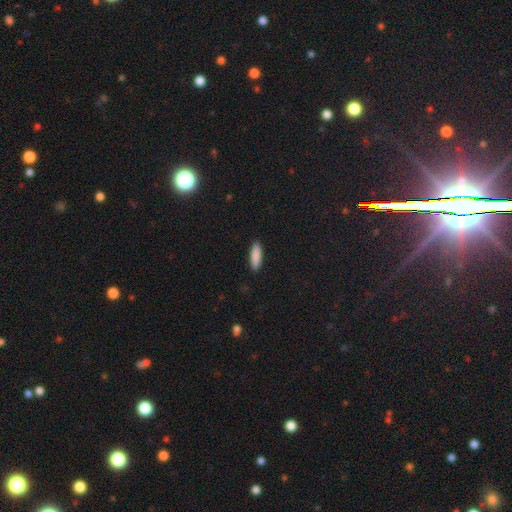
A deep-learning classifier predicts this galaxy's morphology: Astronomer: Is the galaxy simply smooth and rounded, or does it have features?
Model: smooth — 88%.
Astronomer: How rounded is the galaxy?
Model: cigar-shaped — 57% (runner-up: in between, 42%).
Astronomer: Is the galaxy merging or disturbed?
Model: none — 90%.